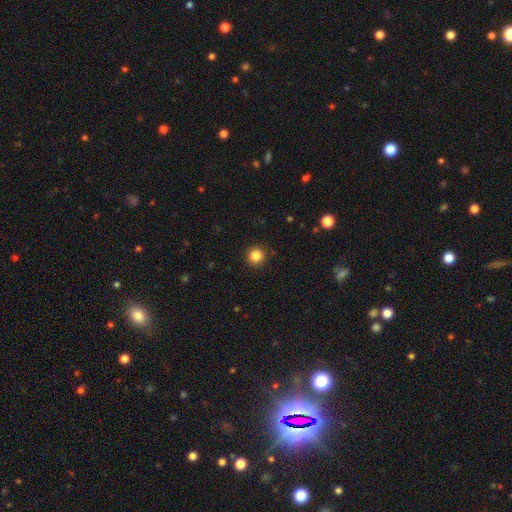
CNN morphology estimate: Smooth or featured?
  - smooth: 85% *
  - star or artifact: 11%
  - featured or disk: 4%
How rounded?
  - round: 94% *
  - in between: 5%
  - cigar-shaped: 1%
Merging?
  - none: 91% *
  - minor disturbance: 6%
  - major disturbance: 2%
  - merger: 1%